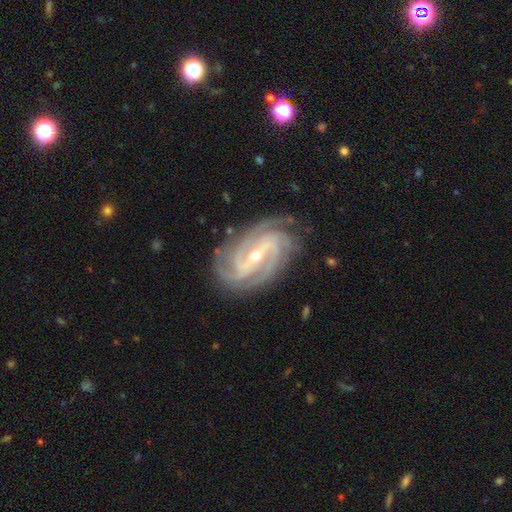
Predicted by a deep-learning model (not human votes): This appears to be a featured or disk galaxy (93%) with a strong bar (48%), 4 (39%) tight (64%) spiral arms (99%) and a small central bulge (64%). Merging: none (81%).